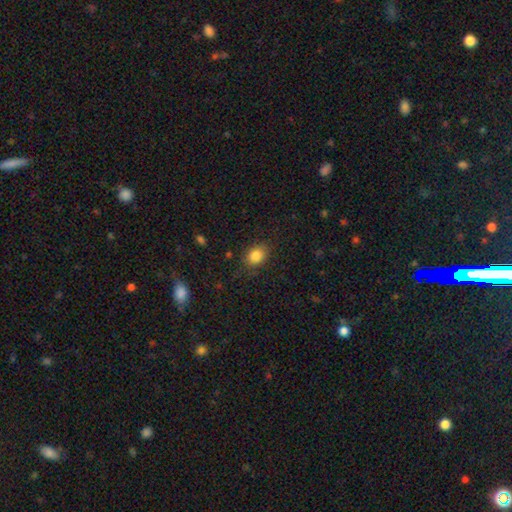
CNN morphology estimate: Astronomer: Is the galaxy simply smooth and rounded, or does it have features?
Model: smooth — 85%.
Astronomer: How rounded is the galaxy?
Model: in between — 58% (runner-up: round, 41%).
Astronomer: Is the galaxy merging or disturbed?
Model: none — 80%.